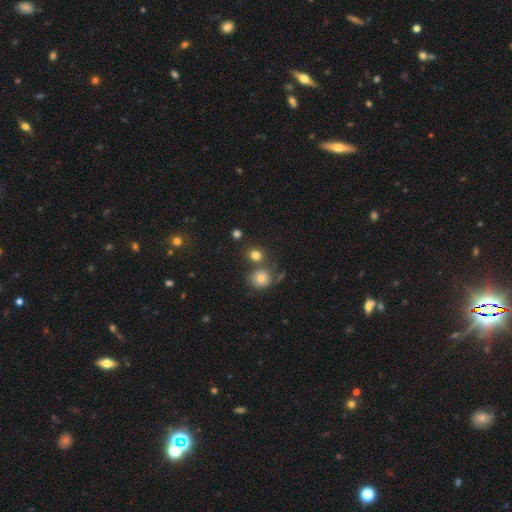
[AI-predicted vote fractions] This is likely a smooth galaxy (79%). How rounded: likely round (80%). Merging: likely none (64%).